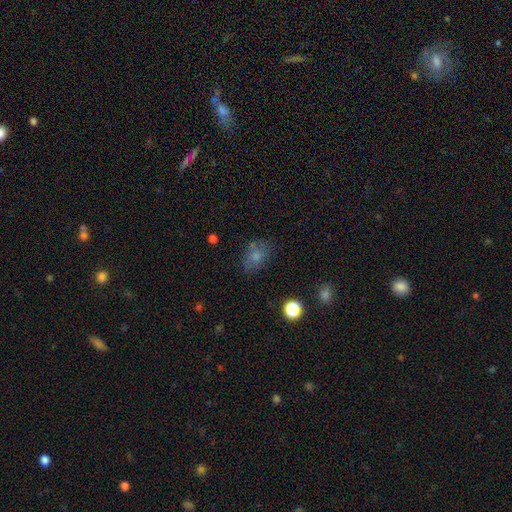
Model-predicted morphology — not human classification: Q: Smooth or featured?
A: smooth (72%); runner-up: featured or disk (15%)
Q: How rounded?
A: in between (69%); runner-up: round (29%)
Q: Merging?
A: none (66%); runner-up: minor disturbance (21%)